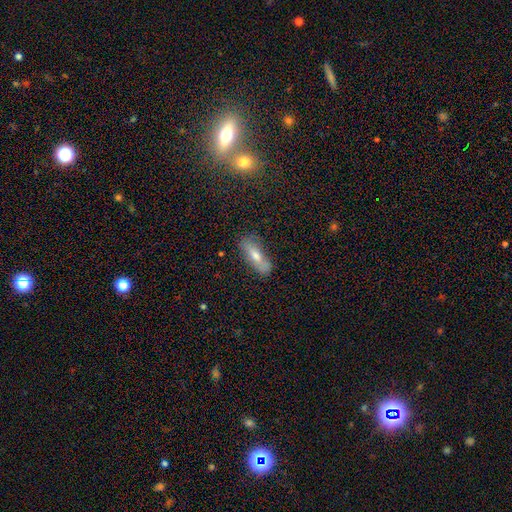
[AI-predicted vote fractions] Smooth or featured? smooth (58%)
How rounded? cigar-shaped (49%)
Merging? none (77%)